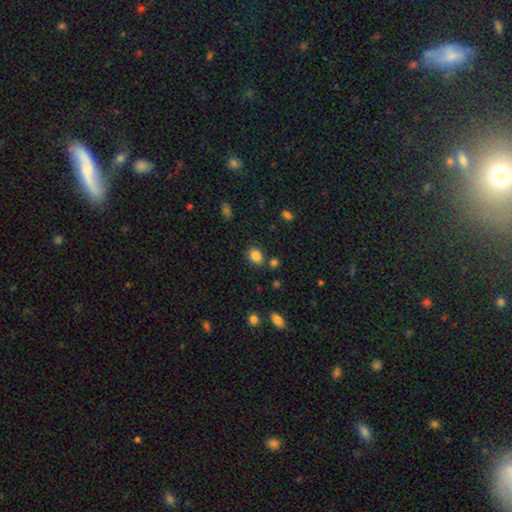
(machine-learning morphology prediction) smooth_or_featured: smooth (p=0.84) [alt: star or artifact p=0.10]
how_rounded: in between (p=0.57) [alt: round p=0.42]
merging: none (p=0.78) [alt: minor disturbance p=0.12]